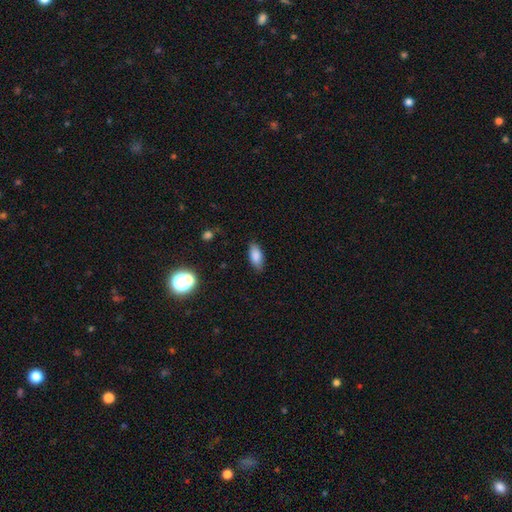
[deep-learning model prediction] A smooth galaxy with no disk features (85%) that is in between round and cigar-shaped (86%). Merging: none (84%).